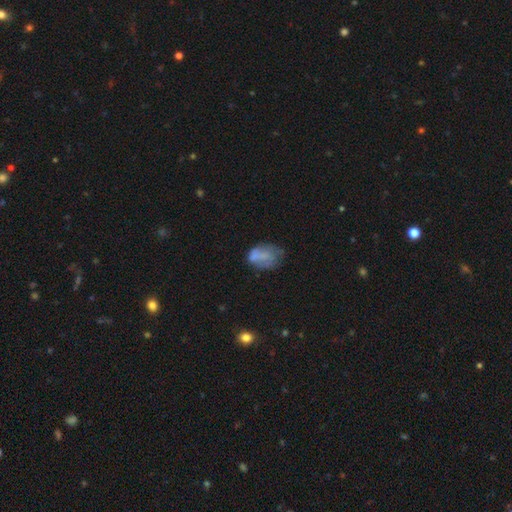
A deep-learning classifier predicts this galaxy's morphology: The model was most divided on "merging": none: 45%, minor disturbance: 28%, major disturbance: 20%, merger: 7%. More confident: how rounded — in between (80%); smooth or featured — smooth (53%).